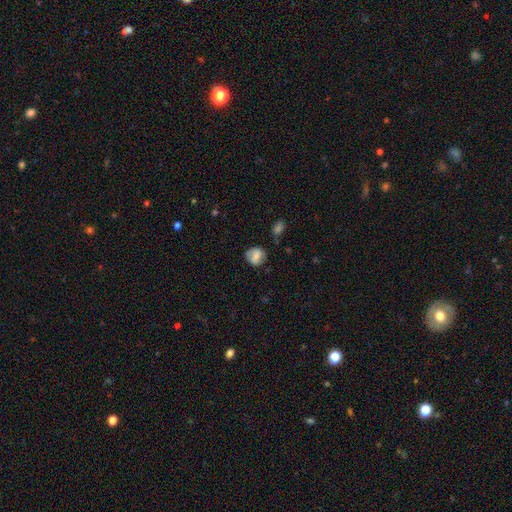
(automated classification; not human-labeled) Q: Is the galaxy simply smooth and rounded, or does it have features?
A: smooth — 62%.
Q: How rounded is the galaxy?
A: round — 72%.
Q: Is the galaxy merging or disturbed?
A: none — 71%.